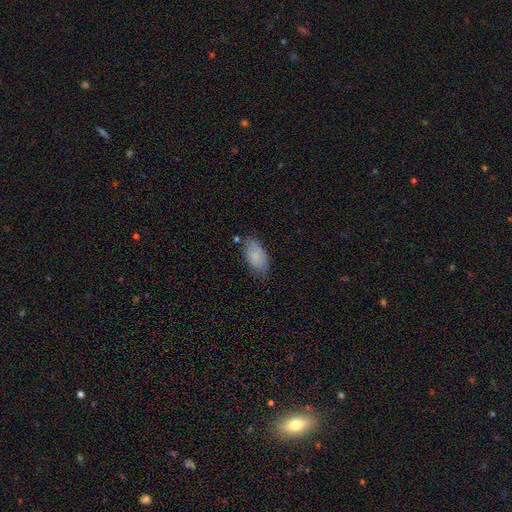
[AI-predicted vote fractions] A smooth galaxy with no disk features (80%) that is in between round and cigar-shaped (94%).

Vote fractions:
- Smooth or featured? smooth: 80% / featured or disk: 13% / star or artifact: 7%
- How rounded? in between: 94% / round: 3% / cigar-shaped: 3%
- Merging? none: 70% / minor disturbance: 23% / major disturbance: 4% / merger: 3%